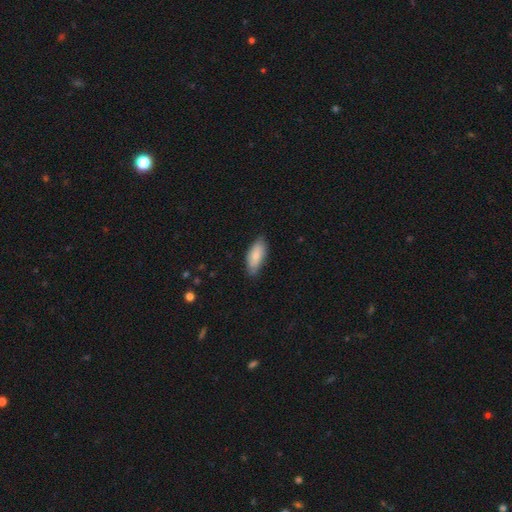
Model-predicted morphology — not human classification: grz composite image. It shows a smooth galaxy with no disk features (81%) that is in between round and cigar-shaped (81%). Merging: none (75%).